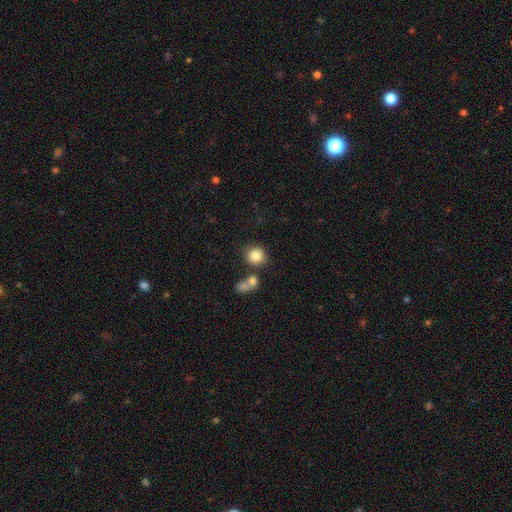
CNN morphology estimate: smooth 82%, star or artifact 10%, featured or disk 8%. Down the decision tree: how rounded — round (87%); merging — none (73%).